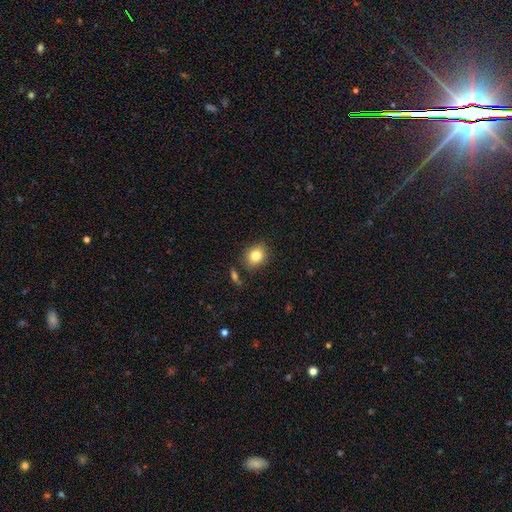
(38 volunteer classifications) Smooth or featured?
  - smooth: 74% *
  - featured or disk: 18%
  - star or artifact: 8%
How rounded?
  - round: 54% *
  - in between: 46%
  - cigar-shaped: 0%
Merging?
  - none: 80% *
  - minor disturbance: 11%
  - merger: 6%
  - major disturbance: 3%